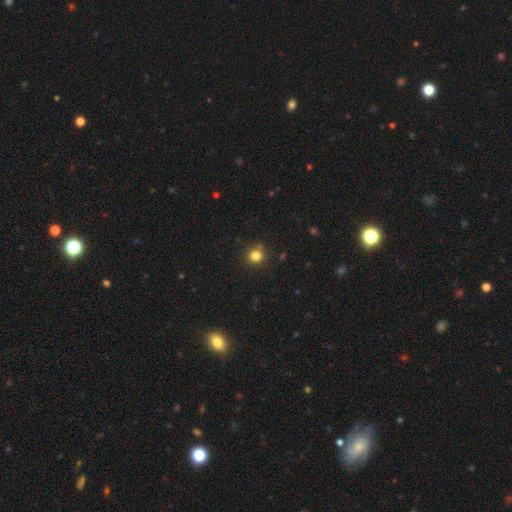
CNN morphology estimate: A smooth galaxy with no disk features (81%) that is round (92%). Merging: none (85%).